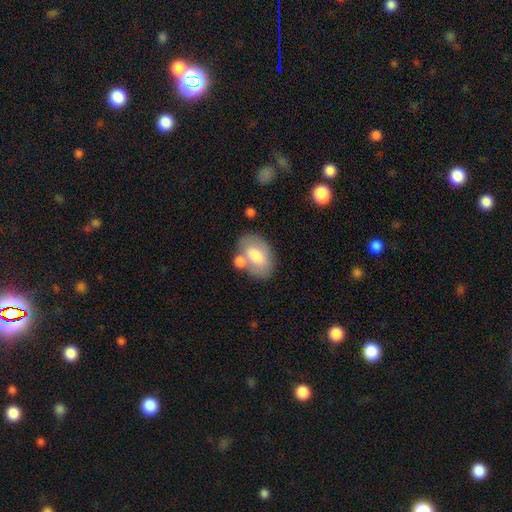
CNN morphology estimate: smooth 71%, featured or disk 22%, star or artifact 6%. Down the decision tree: how rounded — in between (88%); merging — none (55%).